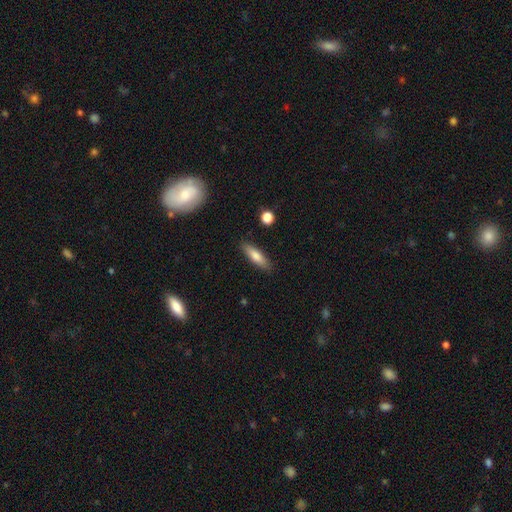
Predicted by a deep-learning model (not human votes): Overall: smooth (75%). How rounded: cigar-shaped (63%; in between 35%). Merging: none (87%).